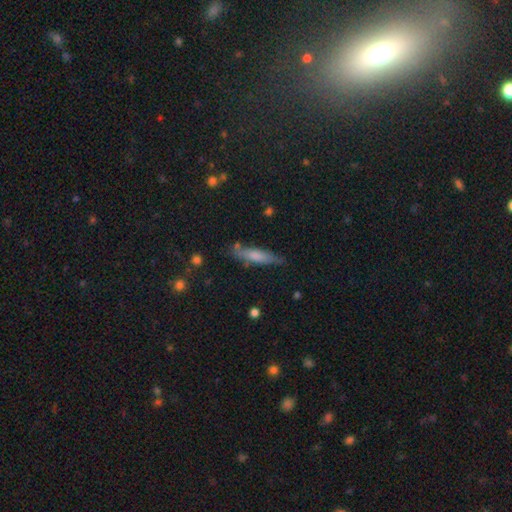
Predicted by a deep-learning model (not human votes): Smooth or featured: smooth — 67% (featured or disk — 26%)
How rounded: cigar-shaped — 78% (in between — 21%)
Merging: none — 70% (minor disturbance — 20%)